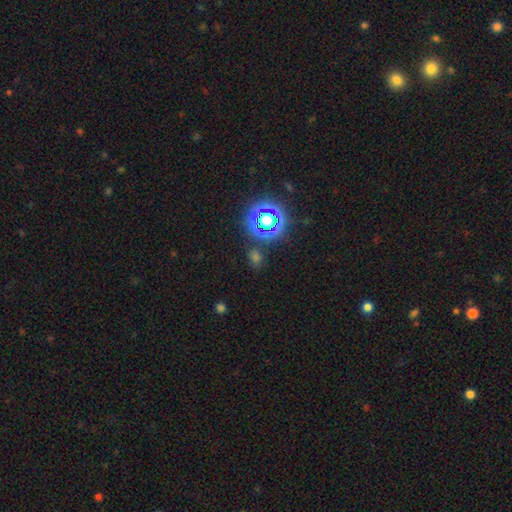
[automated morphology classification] type=star or artifact (54%).